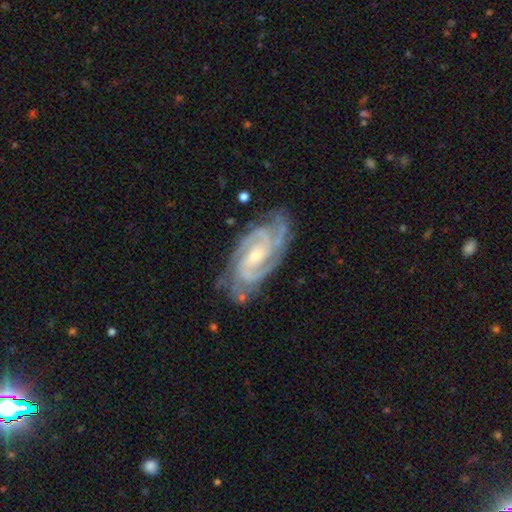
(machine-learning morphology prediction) Smooth or featured?
  - featured or disk: 92% *
  - star or artifact: 4%
  - smooth: 3%
Edge-on disk?
  - no: 97% *
  - yes: 3%
Bar?
  - no: 48% *
  - weak: 38%
  - strong: 15%
Spiral arms?
  - yes: 99% *
  - no: 1%
Spiral winding?
  - tight: 66% *
  - medium: 30%
  - loose: 3%
Spiral arm count?
  - 3: 35% *
  - 2: 31%
  - 4: 16%
  - can't tell: 9%
  - more than 4: 5%
  - 1: 4%
Bulge size?
  - small: 62% *
  - moderate: 34%
  - none: 2%
  - large: 1%
  - dominant: 1%
Merging?
  - none: 75% *
  - minor disturbance: 18%
  - major disturbance: 5%
  - merger: 2%